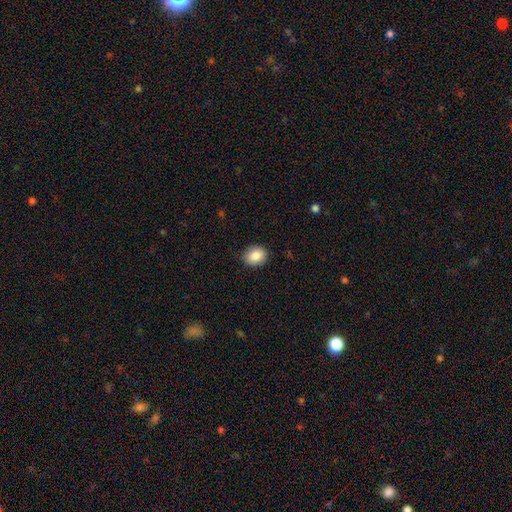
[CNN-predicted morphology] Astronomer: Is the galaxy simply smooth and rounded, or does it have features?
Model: smooth — 87%.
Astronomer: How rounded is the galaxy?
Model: round — 59% (runner-up: in between, 40%).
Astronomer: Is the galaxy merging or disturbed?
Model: none — 89%.